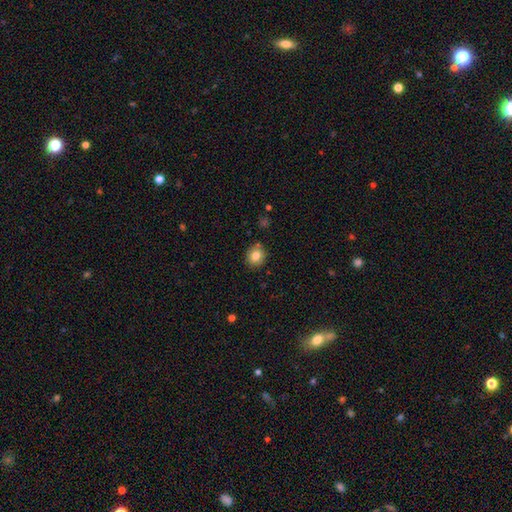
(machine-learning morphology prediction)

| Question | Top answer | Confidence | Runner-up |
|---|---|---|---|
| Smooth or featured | smooth | 82% | star or artifact (10%) |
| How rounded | round | 81% | in between (18%) |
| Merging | none | 85% | minor disturbance (10%) |